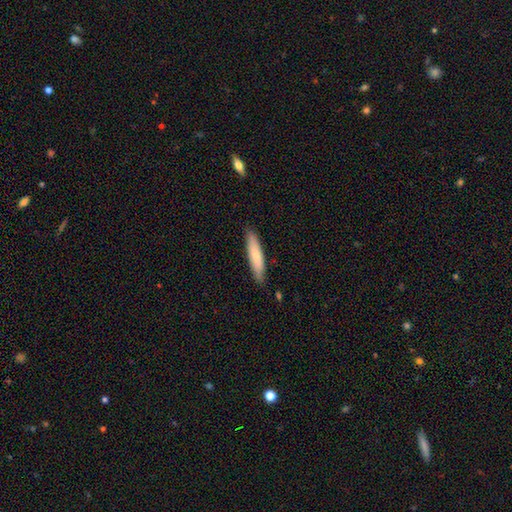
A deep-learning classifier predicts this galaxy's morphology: smooth_or_featured: smooth (p=0.73) [alt: featured or disk p=0.22]
how_rounded: cigar-shaped (p=0.83) [alt: in between p=0.15]
merging: none (p=0.87) [alt: minor disturbance p=0.10]